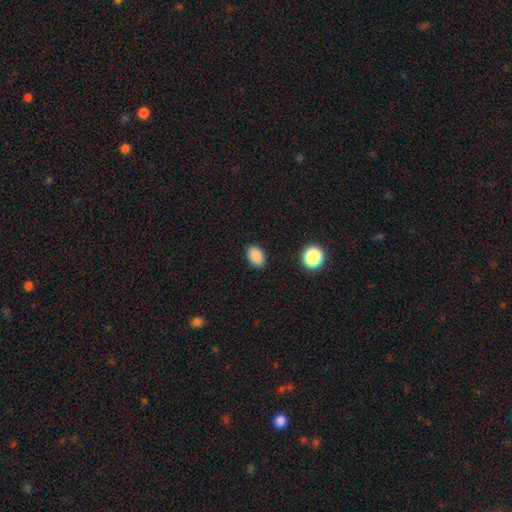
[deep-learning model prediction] The model was most divided on "how rounded": in between: 81%, round: 18%, cigar-shaped: 1%. More confident: merging — none (88%); smooth or featured — smooth (87%).